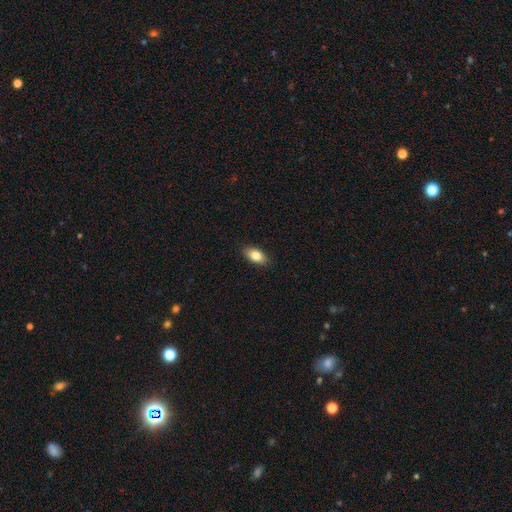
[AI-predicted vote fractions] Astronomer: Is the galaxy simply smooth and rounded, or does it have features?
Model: smooth — 83%.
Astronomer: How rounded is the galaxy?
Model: in between — 90%.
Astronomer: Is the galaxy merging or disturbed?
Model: none — 89%.